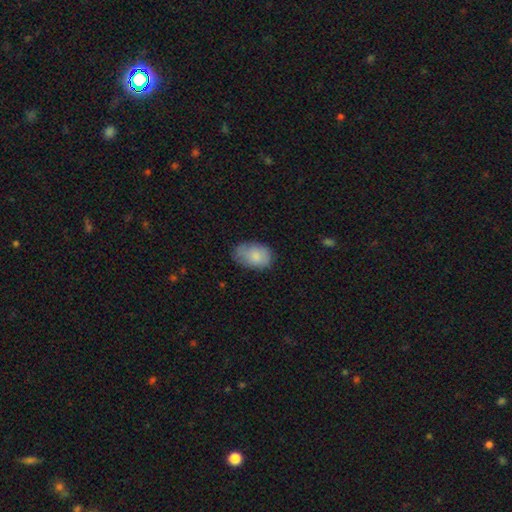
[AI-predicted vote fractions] This appears to be a smooth galaxy with no disk features (82%) that is in between round and cigar-shaped (87%). Merging: none (64%).